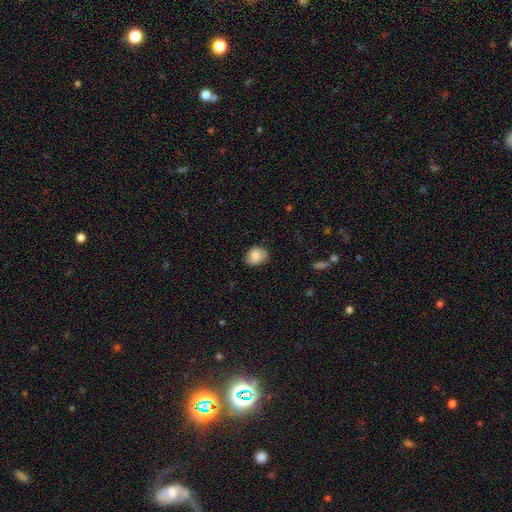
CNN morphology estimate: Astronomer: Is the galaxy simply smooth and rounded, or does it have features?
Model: smooth — 84%.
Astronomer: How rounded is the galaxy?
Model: in between — 57% (runner-up: round, 42%).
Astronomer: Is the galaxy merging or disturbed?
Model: none — 77%.